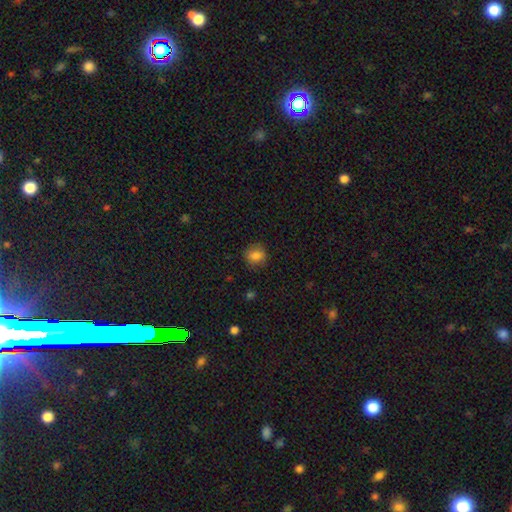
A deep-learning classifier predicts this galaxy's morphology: Q: Smooth or featured?
A: smooth (82%); runner-up: star or artifact (10%)
Q: How rounded?
A: round (78%); runner-up: in between (21%)
Q: Merging?
A: none (84%); runner-up: minor disturbance (12%)